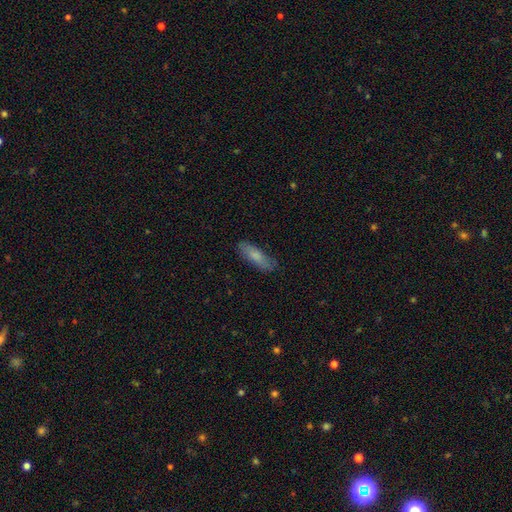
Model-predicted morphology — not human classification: Smooth or featured? smooth (75%)
How rounded? in between (51%)
Merging? none (77%)